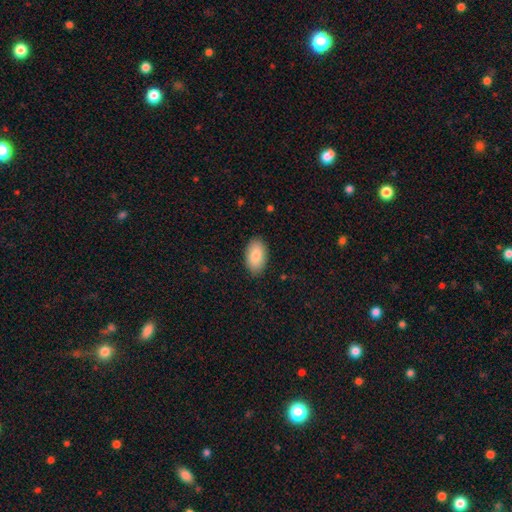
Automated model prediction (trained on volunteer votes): Morphology: type=smooth (85%); roundness=in between (94%); merging=none (88%).